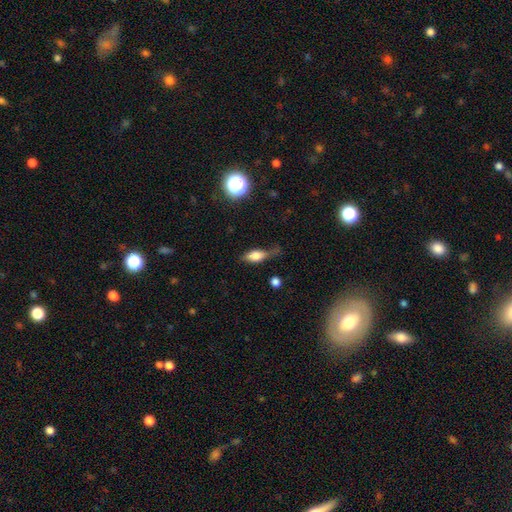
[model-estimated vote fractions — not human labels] smooth_or_featured: smooth (p=0.68) [alt: featured or disk p=0.22]
how_rounded: in between (p=0.74) [alt: cigar-shaped p=0.19]
merging: none (p=0.42) [alt: minor disturbance p=0.33]